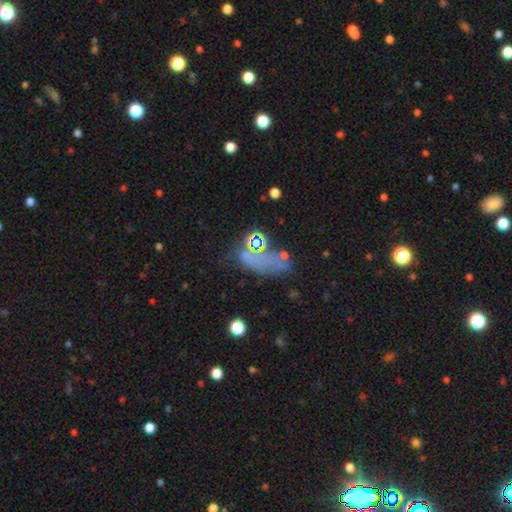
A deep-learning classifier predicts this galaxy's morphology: This is marginally a smooth galaxy (43%). Merging: possibly none (47%).